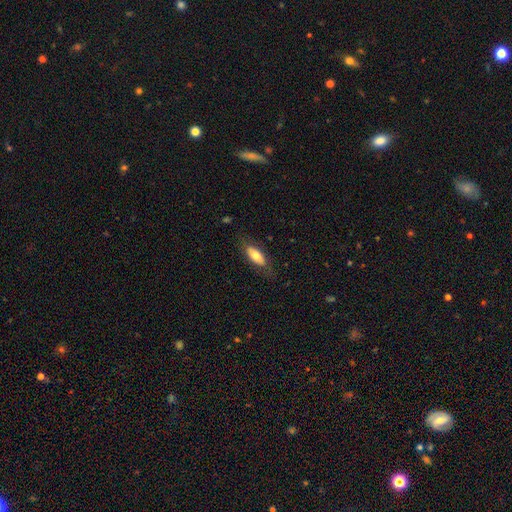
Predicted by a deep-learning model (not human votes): This is likely a smooth galaxy (70%). How rounded: likely in between (80%). Merging: likely none (76%).